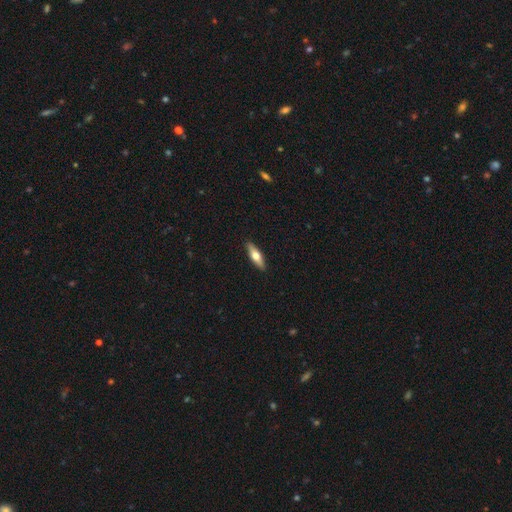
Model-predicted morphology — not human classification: smooth 54%, featured or disk 41%, star or artifact 6%. Down the decision tree: how rounded — cigar-shaped (56%); merging — none (91%).